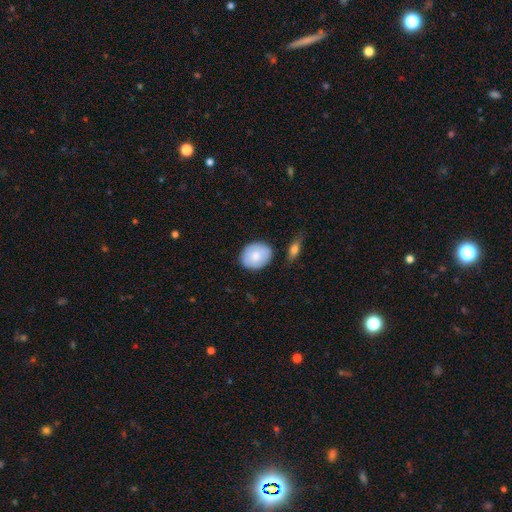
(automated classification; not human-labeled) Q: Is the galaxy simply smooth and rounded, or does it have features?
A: smooth — 79%.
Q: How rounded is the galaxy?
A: in between — 50%.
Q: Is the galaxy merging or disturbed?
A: none — 78%.